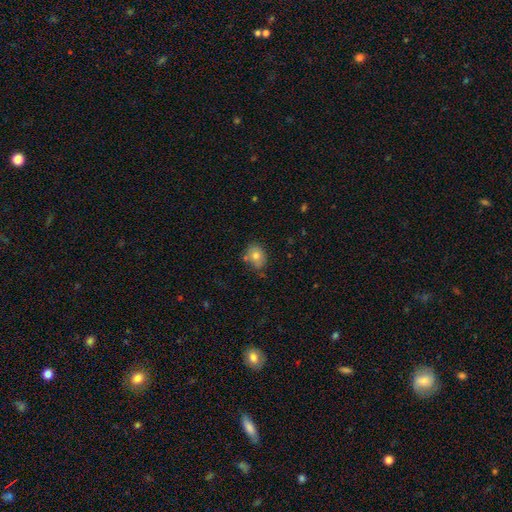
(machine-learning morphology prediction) A smooth galaxy with no disk features (76%) that is in between round and cigar-shaped (52%).

Vote fractions:
- Smooth or featured? smooth: 76% / featured or disk: 14% / star or artifact: 10%
- How rounded? in between: 52% / round: 47% / cigar-shaped: 1%
- Merging? none: 66% / minor disturbance: 21% / merger: 8% / major disturbance: 4%